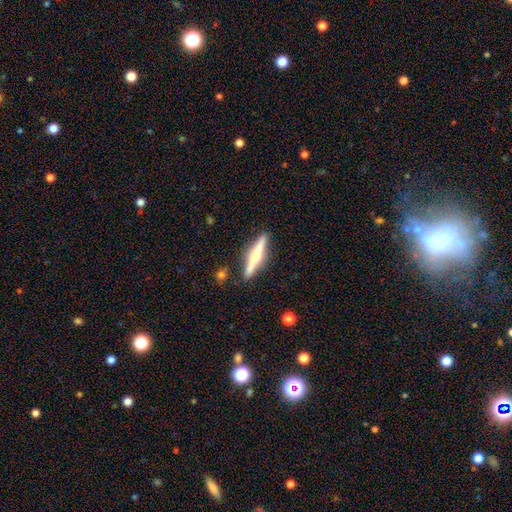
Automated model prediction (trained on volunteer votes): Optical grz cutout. It shows a featured or disk galaxy (62%) viewed edge-on (97%) with a rounded central bulge (82%). Merging: none (88%).